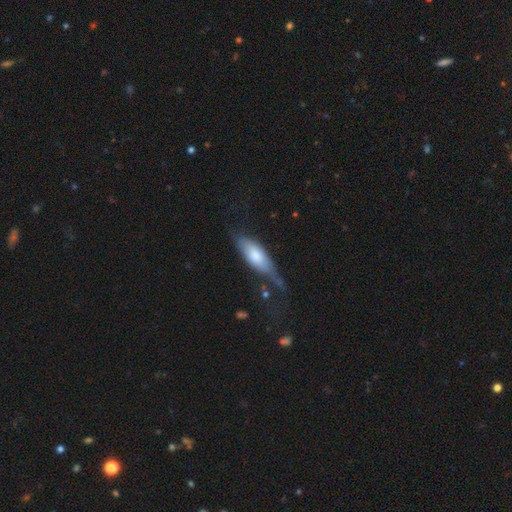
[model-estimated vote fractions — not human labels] smooth-or-featured: smooth: 69% | featured or disk: 25% | star or artifact: 6%
  how-rounded: in between: 73% | cigar-shaped: 25% | round: 2%
  merging: none: 35% | minor disturbance: 34% | major disturbance: 26% | merger: 4%